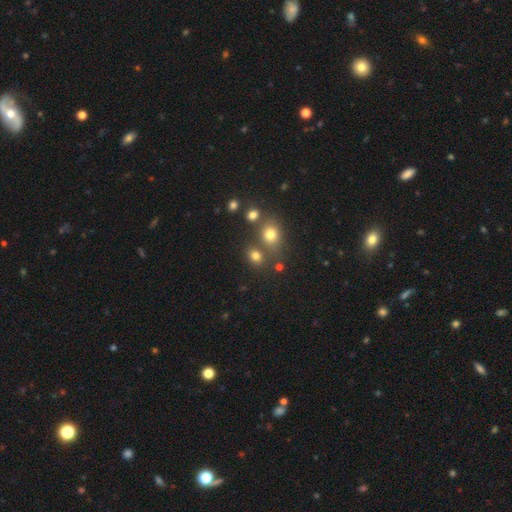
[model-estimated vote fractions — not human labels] A smooth galaxy with no disk features (75%) that is round (60%). Merging: none (63%).